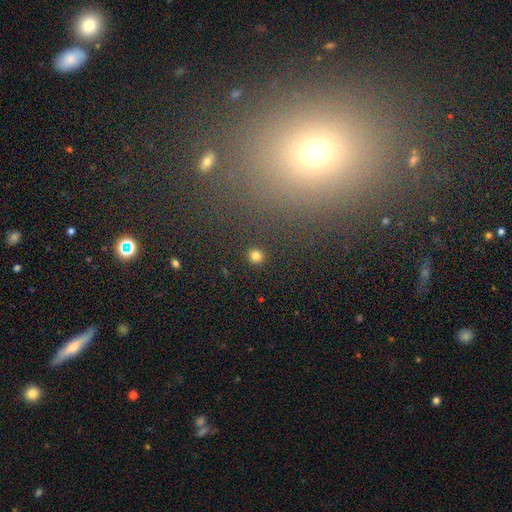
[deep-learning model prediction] The model was most divided on "smooth or featured": smooth: 81%, star or artifact: 15%, featured or disk: 4%. More confident: how rounded — round (92%); merging — none (91%).